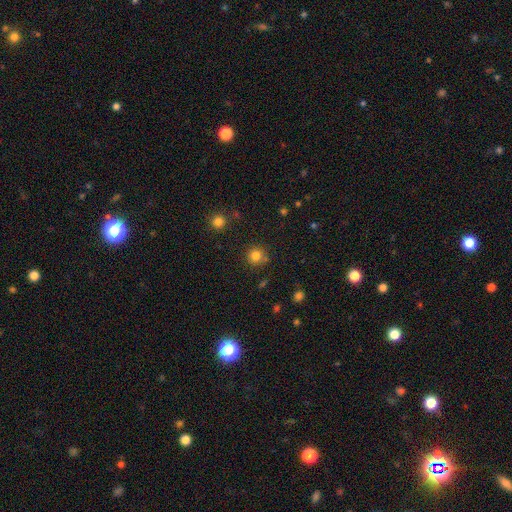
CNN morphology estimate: smooth-or-featured: smooth: 82% | star or artifact: 13% | featured or disk: 6%
  how-rounded: round: 91% | in between: 8% | cigar-shaped: 1%
  merging: none: 80% | minor disturbance: 12% | merger: 4% | major disturbance: 4%